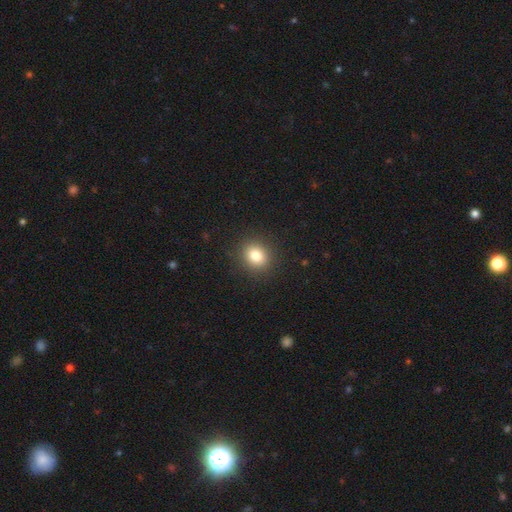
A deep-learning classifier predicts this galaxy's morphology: This is clearly a smooth galaxy (82%). How rounded: likely round (74%). Merging: clearly none (90%).